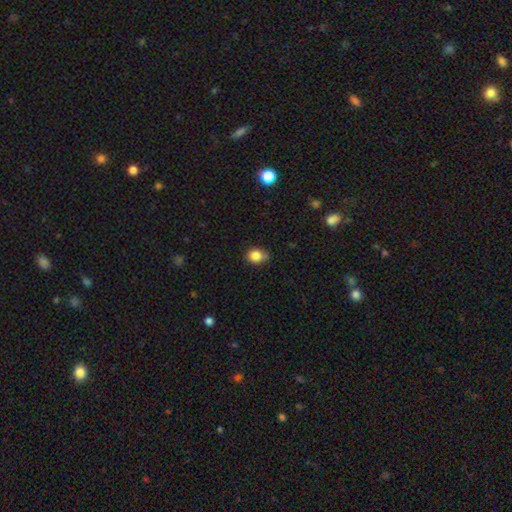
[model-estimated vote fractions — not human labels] Morphology: type=smooth (83%); roundness=round (64%); merging=none (73%).